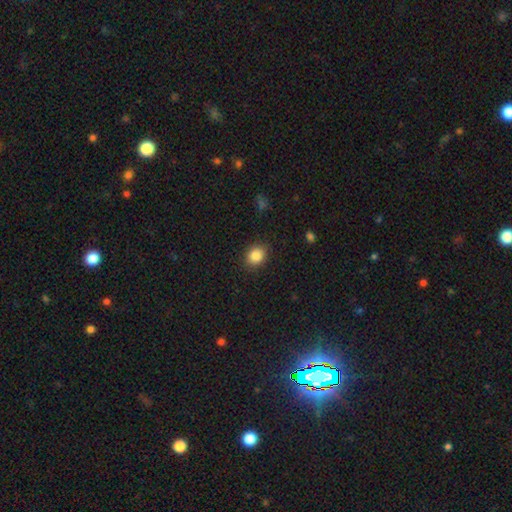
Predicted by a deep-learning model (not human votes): A smooth galaxy with no disk features (86%) that is round (59%). Merging: none (87%).